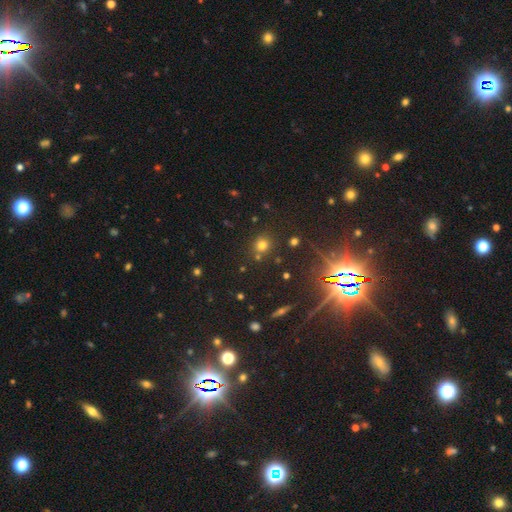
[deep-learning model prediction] smooth-or-featured: star or artifact: 64% | smooth: 27% | featured or disk: 9%